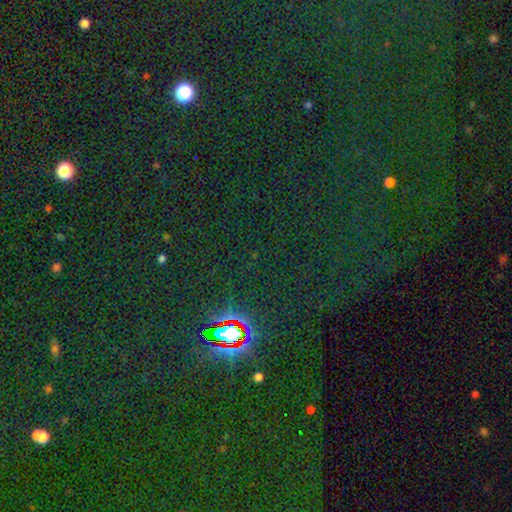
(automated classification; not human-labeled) This appears to be a star or artifact, not a galaxy (82%).